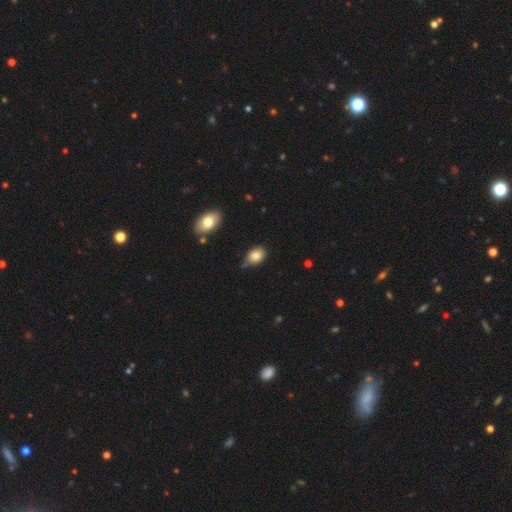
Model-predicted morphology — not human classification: Smooth or featured: smooth — 80% (featured or disk — 11%)
How rounded: in between — 78% (round — 21%)
Merging: none — 52% (minor disturbance — 35%)